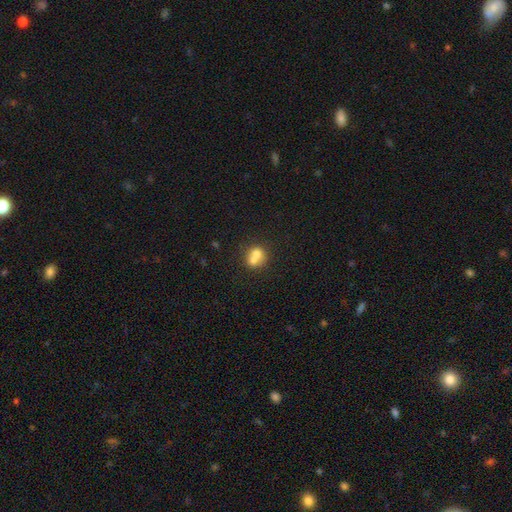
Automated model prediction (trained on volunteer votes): The model was most divided on "merging": merger: 61%, none: 29%, minor disturbance: 6%, major disturbance: 3%. More confident: how rounded — round (77%); smooth or featured — smooth (66%).